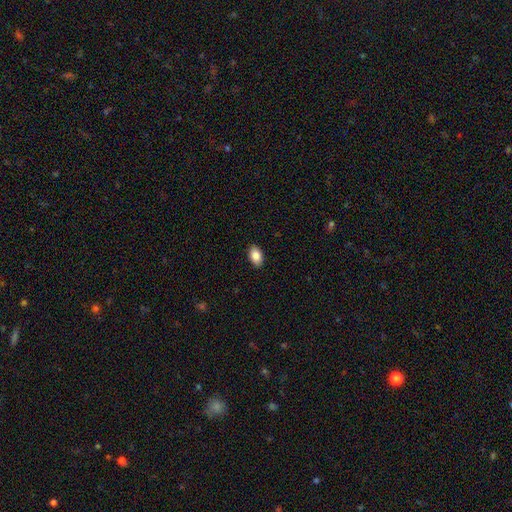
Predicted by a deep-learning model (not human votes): This appears to be a smooth galaxy with no disk features (86%) that is in between round and cigar-shaped (90%). Merging: none (90%).